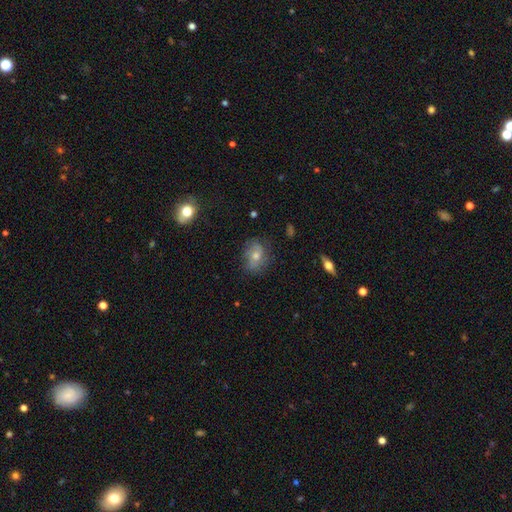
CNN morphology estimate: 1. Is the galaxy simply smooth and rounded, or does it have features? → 46% featured or disk, 37% smooth, 17% star or artifact.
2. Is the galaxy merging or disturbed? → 72% none, 19% minor disturbance, 7% major disturbance, 2% merger.